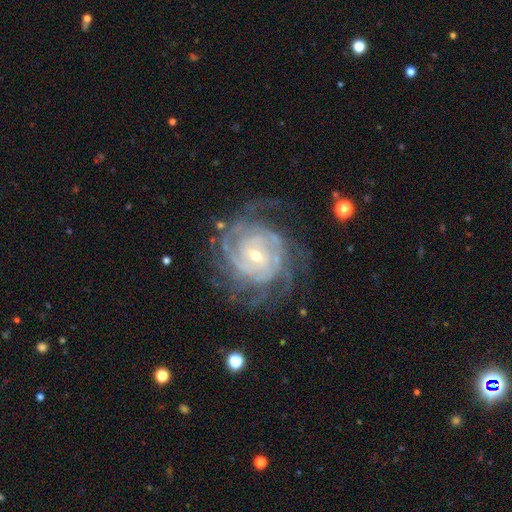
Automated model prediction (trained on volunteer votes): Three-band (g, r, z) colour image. It shows a featured or disk galaxy (89%) with no bar (48%), tight (72%) spiral arms (97%) and a small central bulge (63%). Merging: none (67%).